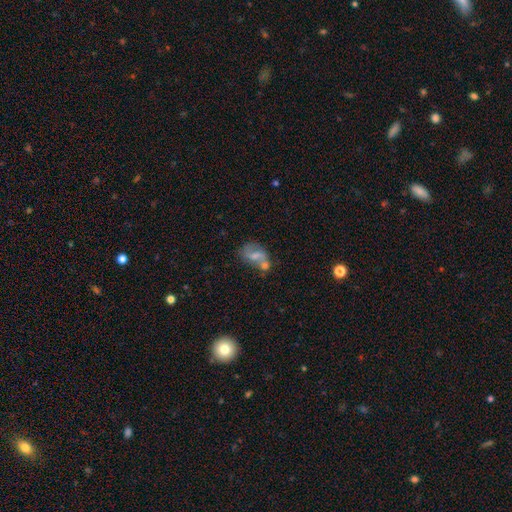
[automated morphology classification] type=featured or disk (53%); edge-on=no (97%); bar=weak (43%); spiral arms=yes (70%); bulge=small (37%); merging=none (35%).